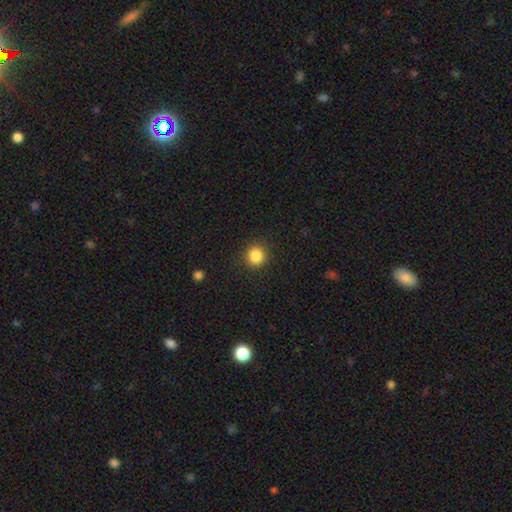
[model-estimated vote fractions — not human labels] Smooth or featured? smooth (86%)
How rounded? round (90%)
Merging? none (89%)